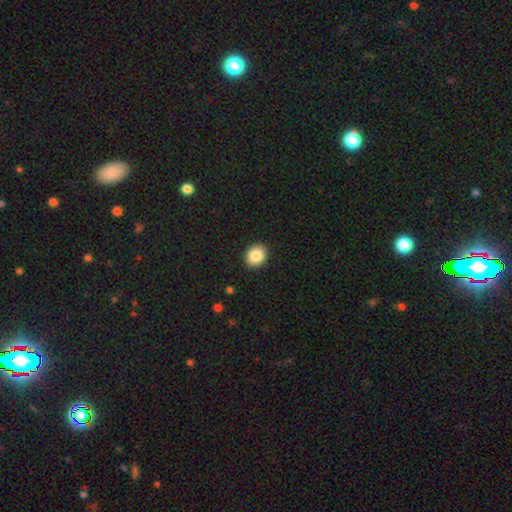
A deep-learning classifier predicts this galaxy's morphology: A smooth galaxy with no disk features (85%) that is round (57%). Merging: none (91%).